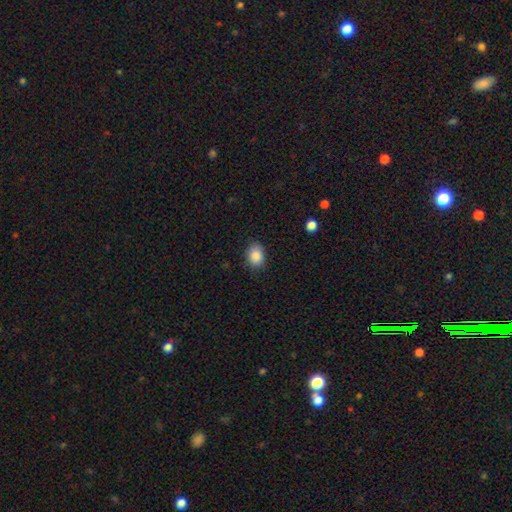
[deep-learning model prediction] smooth 88%, star or artifact 8%, featured or disk 4%. Down the decision tree: how rounded — in between (73%); merging — none (84%).